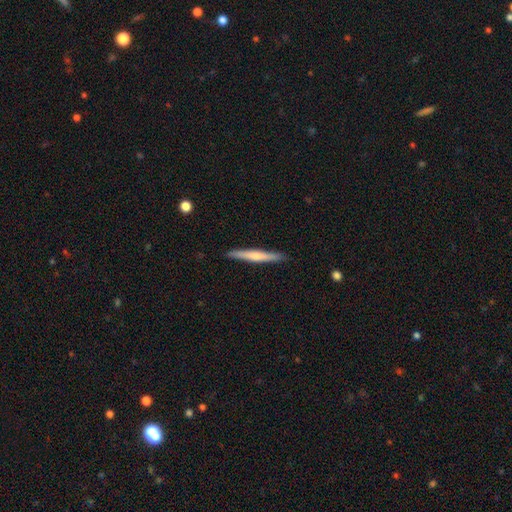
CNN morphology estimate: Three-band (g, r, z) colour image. It shows a smooth galaxy with no disk features (54%) that is cigar-shaped (96%). Merging: none (90%).